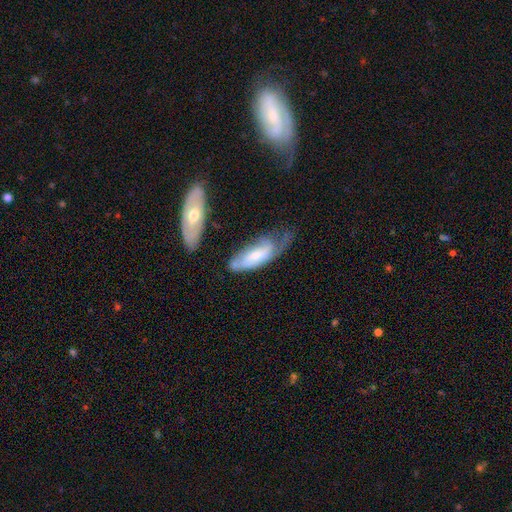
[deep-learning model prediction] Morphology: type=featured or disk (49%); merging=none (32%).